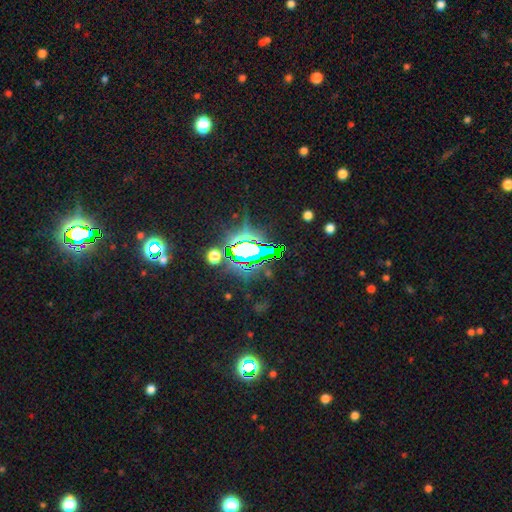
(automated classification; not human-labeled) This is clearly a star or artifact rather than a galaxy (82%).